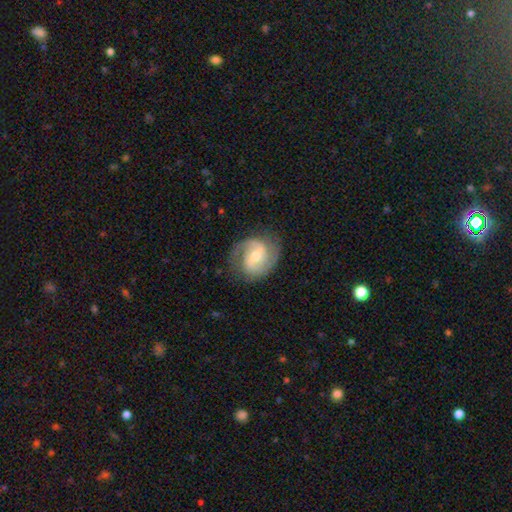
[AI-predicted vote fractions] The model was most divided on "bulge size": moderate: 54%, small: 40%, large: 3%, none: 2%, dominant: 1%. More confident: edge-on disk — no (98%); spiral arms — yes (95%); spiral arm count — 2 (85%); smooth or featured — featured or disk (83%); merging — none (75%); bar — weak (54%); spiral winding — medium (52%).